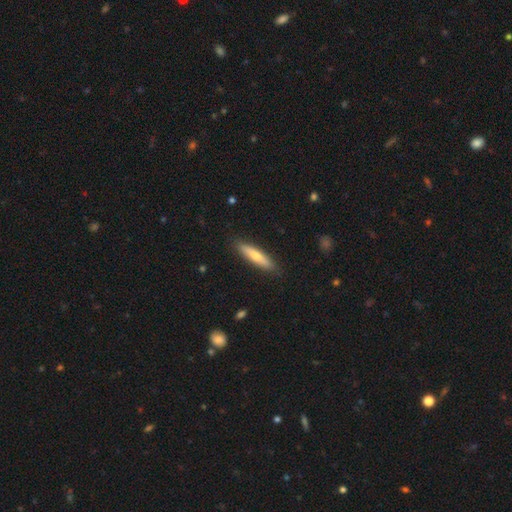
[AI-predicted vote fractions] This is possibly a smooth galaxy (59%). How rounded: clearly cigar-shaped (82%). Merging: clearly none (89%).